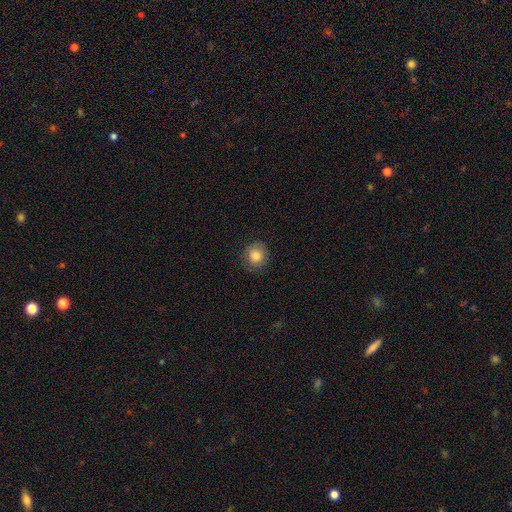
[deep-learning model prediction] The model was most divided on "how rounded": round: 84%, in between: 15%, cigar-shaped: 1%. More confident: merging — none (83%); smooth or featured — smooth (82%).